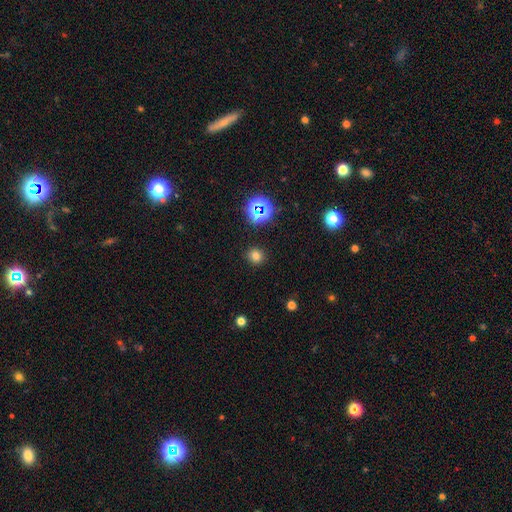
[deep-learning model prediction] Q: Smooth or featured?
A: smooth (73%); runner-up: star or artifact (20%)
Q: How rounded?
A: round (88%); runner-up: in between (11%)
Q: Merging?
A: none (90%); runner-up: minor disturbance (6%)